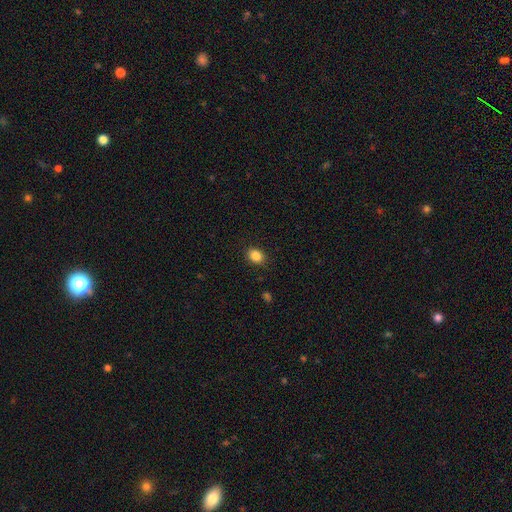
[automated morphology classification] smooth 86%, star or artifact 10%, featured or disk 4%. Down the decision tree: how rounded — in between (57%); merging — none (87%).